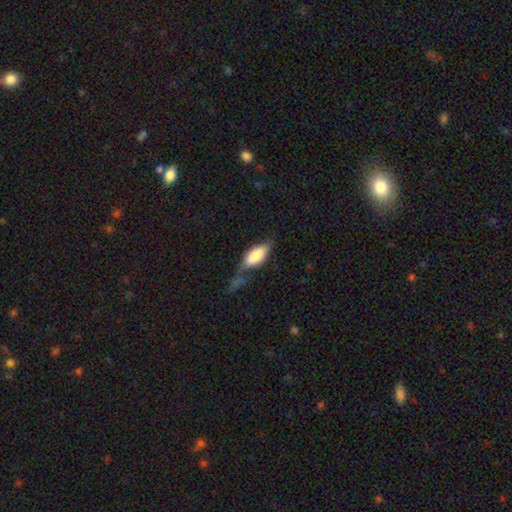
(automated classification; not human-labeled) Q: Smooth or featured?
A: smooth (68%); runner-up: featured or disk (25%)
Q: How rounded?
A: in between (85%); runner-up: cigar-shaped (12%)
Q: Merging?
A: minor disturbance (32%); runner-up: major disturbance (31%)